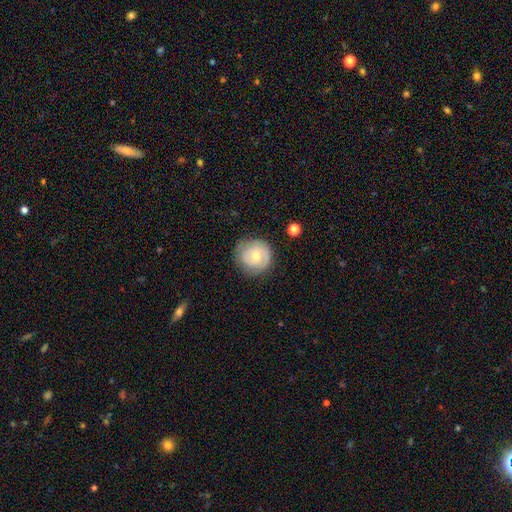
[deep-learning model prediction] smooth_or_featured: featured or disk (p=0.47) [alt: smooth p=0.46]
merging: none (p=0.76) [alt: minor disturbance p=0.17]